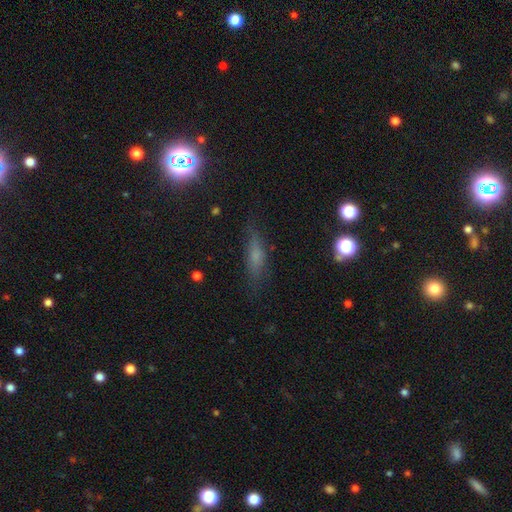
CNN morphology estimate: This is possibly a smooth galaxy (55%). How rounded: likely cigar-shaped (62%). Merging: likely none (77%).